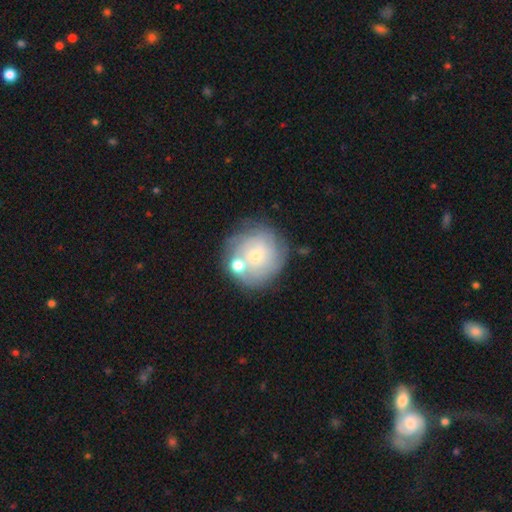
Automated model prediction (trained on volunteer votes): This is possibly a featured or disk galaxy (56%). It is clearly not viewed edge-on (97%). Bar: likely no (75%). Spiral arm pattern: likely yes (76%). Central bulge: likely small (65%). Merging: likely none (66%).